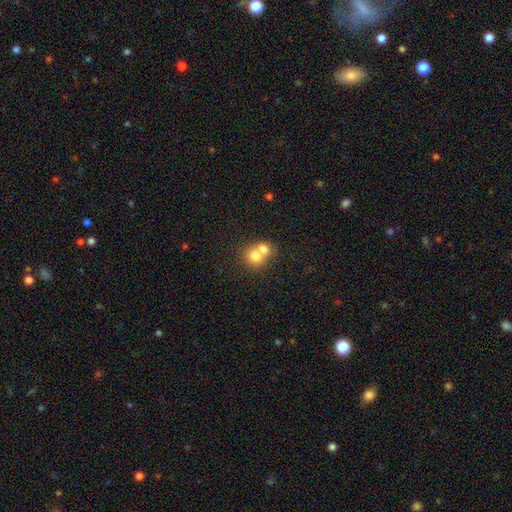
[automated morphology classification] A smooth galaxy with no disk features (73%) that is round (74%).

Vote fractions:
- Smooth or featured? smooth: 73% / featured or disk: 17% / star or artifact: 9%
- How rounded? round: 74% / in between: 25% / cigar-shaped: 1%
- Merging? merger: 68% / none: 25% / minor disturbance: 5% / major disturbance: 2%